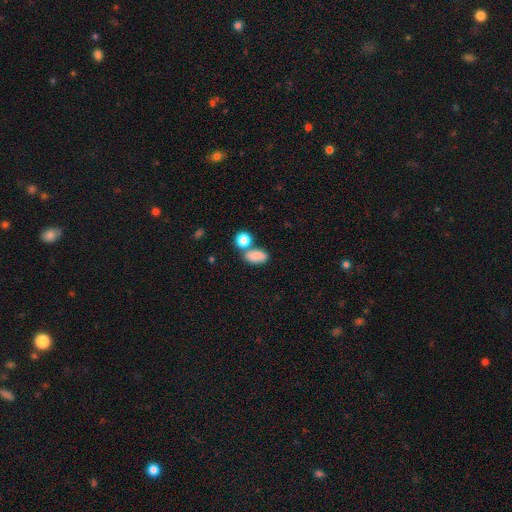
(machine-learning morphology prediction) smooth-or-featured: smooth: 84% | star or artifact: 9% | featured or disk: 6%
  how-rounded: in between: 87% | round: 11% | cigar-shaped: 3%
  merging: none: 56% | merger: 25% | minor disturbance: 14% | major disturbance: 5%